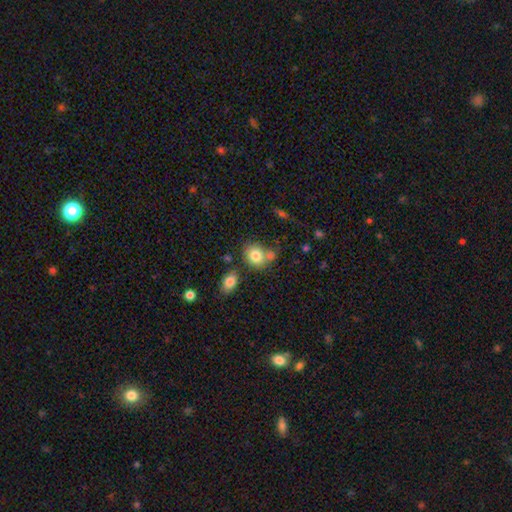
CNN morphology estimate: smooth 81%, featured or disk 10%, star or artifact 9%. Down the decision tree: how rounded — round (57%); merging — none (56%).